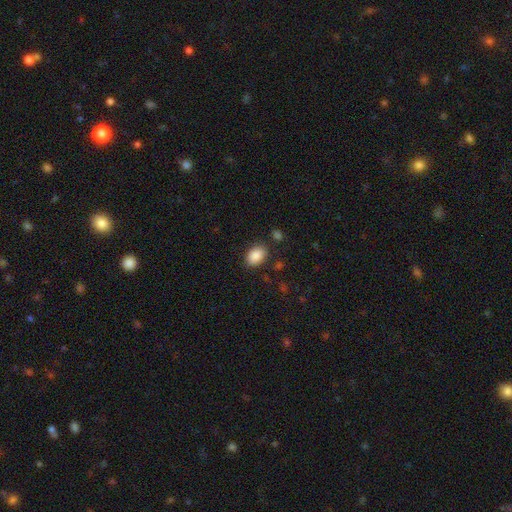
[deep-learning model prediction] This appears to be a smooth galaxy with no disk features (88%) that is in between round and cigar-shaped (80%). Merging: none (83%).